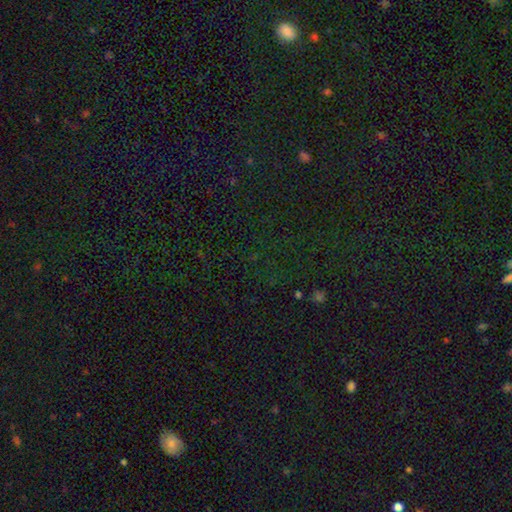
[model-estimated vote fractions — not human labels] Morphology: type=star or artifact (79%).